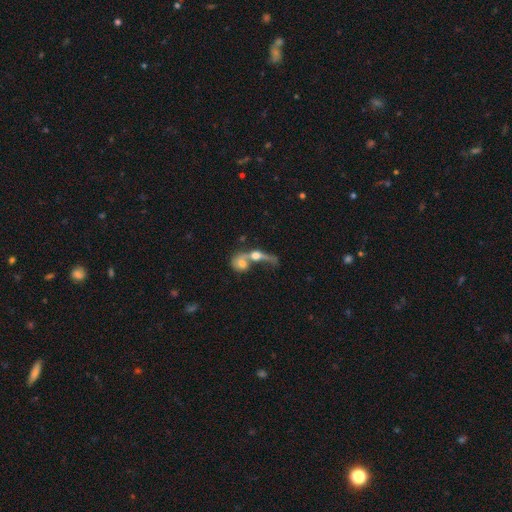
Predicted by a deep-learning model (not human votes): smooth-or-featured: featured or disk: 46% | smooth: 44% | star or artifact: 10%
  merging: merger: 70% | none: 13% | major disturbance: 10% | minor disturbance: 6%